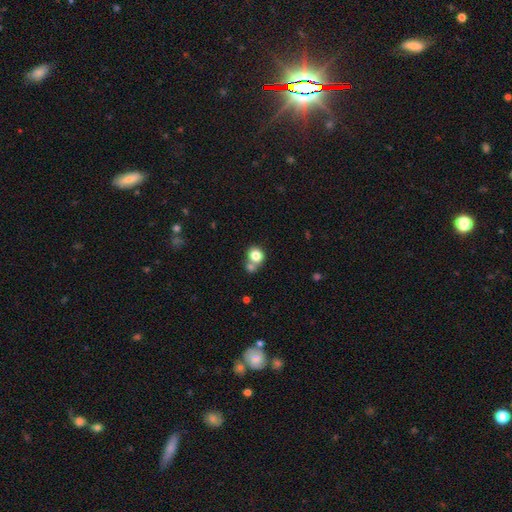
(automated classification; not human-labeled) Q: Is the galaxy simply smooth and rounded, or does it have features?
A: smooth — 80%.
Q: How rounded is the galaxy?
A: round — 74%.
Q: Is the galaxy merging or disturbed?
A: none — 45%.